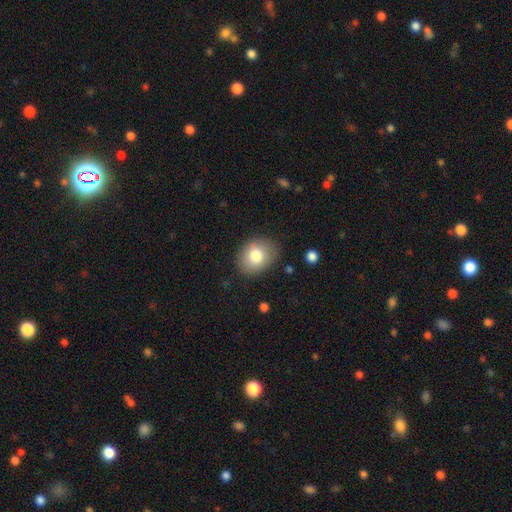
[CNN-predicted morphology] Smooth or featured? smooth (79%)
How rounded? in between (58%)
Merging? none (83%)